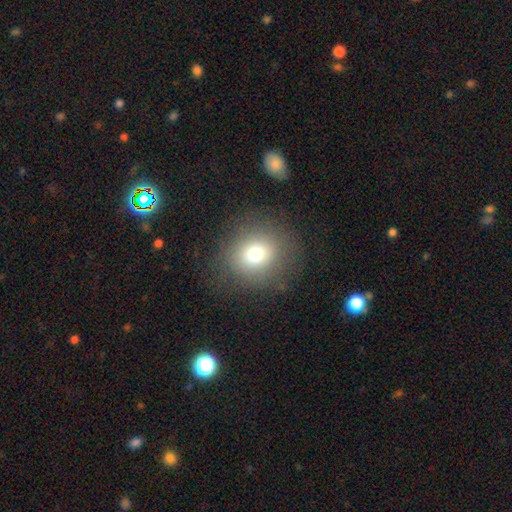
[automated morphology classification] The model was most divided on "smooth or featured": smooth: 70%, star or artifact: 17%, featured or disk: 13%. More confident: merging — none (84%); how rounded — round (83%).